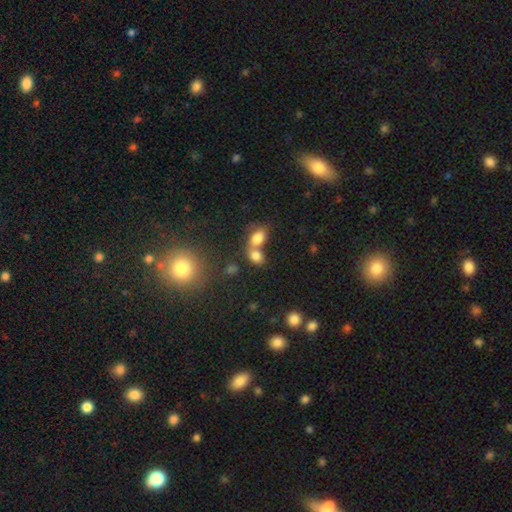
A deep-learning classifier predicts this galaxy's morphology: Smooth or featured: smooth — 77% (star or artifact — 13%)
How rounded: in between — 71% (round — 27%)
Merging: merger — 59% (none — 29%)